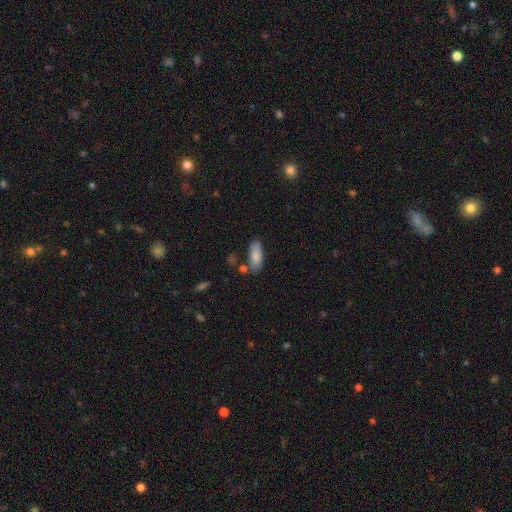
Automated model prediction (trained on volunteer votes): Smooth or featured: smooth — 83% (featured or disk — 10%)
How rounded: in between — 80% (cigar-shaped — 18%)
Merging: none — 67% (minor disturbance — 19%)